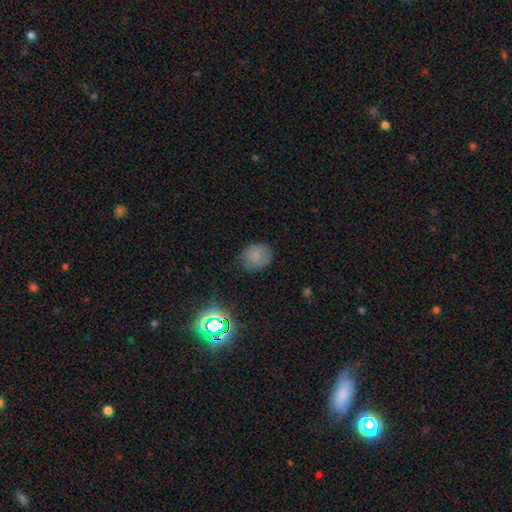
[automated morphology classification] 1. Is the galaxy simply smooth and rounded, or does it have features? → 75% smooth, 13% star or artifact, 12% featured or disk.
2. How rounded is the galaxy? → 64% round, 35% in between, 1% cigar-shaped.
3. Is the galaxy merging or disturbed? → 78% none, 16% minor disturbance, 4% major disturbance, 1% merger.